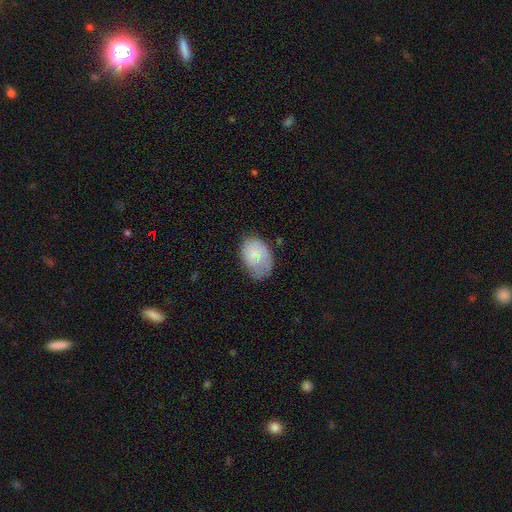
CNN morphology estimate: Smooth or featured?
  - smooth: 72% *
  - featured or disk: 21%
  - star or artifact: 7%
How rounded?
  - in between: 82% *
  - round: 17%
  - cigar-shaped: 1%
Merging?
  - none: 50% *
  - minor disturbance: 36%
  - major disturbance: 12%
  - merger: 2%